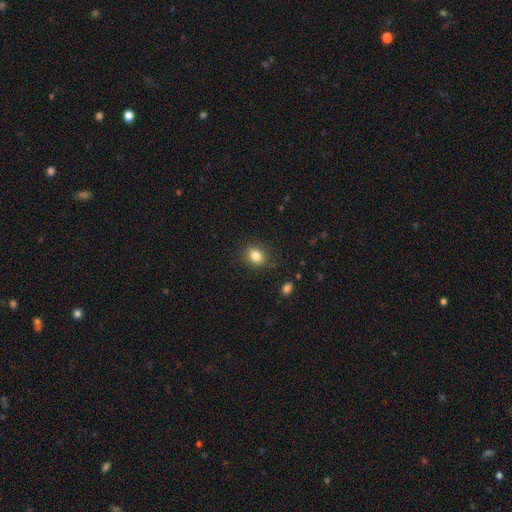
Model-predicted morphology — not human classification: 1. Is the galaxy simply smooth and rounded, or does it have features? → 84% smooth, 11% star or artifact, 6% featured or disk.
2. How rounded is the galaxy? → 52% round, 47% in between, 1% cigar-shaped.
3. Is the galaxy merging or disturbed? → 84% none, 12% minor disturbance, 3% major disturbance, 1% merger.